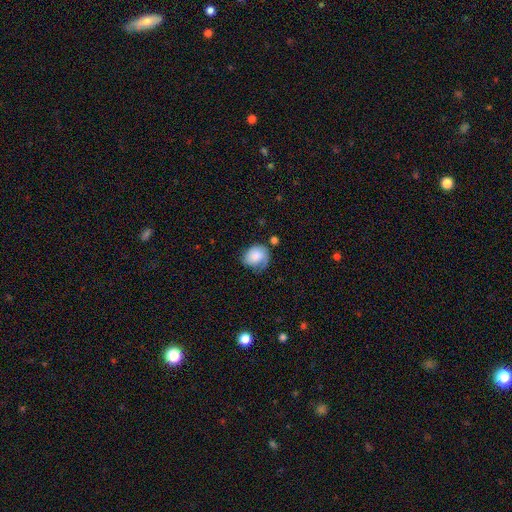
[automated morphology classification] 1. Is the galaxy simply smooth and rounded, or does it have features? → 65% smooth, 27% featured or disk, 8% star or artifact.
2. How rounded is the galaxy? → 60% round, 40% in between, 1% cigar-shaped.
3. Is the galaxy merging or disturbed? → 46% none, 32% minor disturbance, 17% major disturbance, 5% merger.